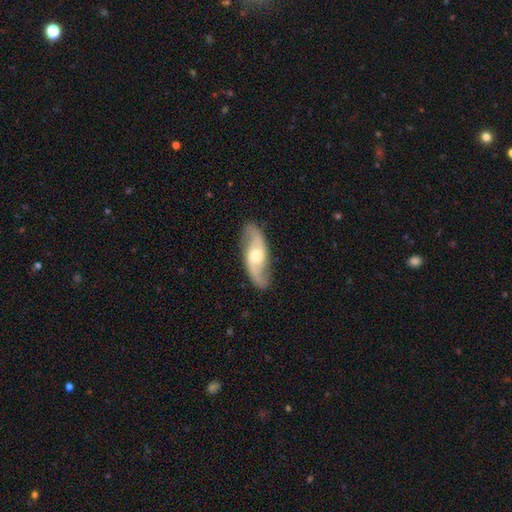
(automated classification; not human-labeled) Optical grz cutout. It shows a featured or disk galaxy (83%) with no bar (52%), 2 (93%) loose (53%) spiral arms (95%) and a moderate central bulge (67%). Merging: none (85%).